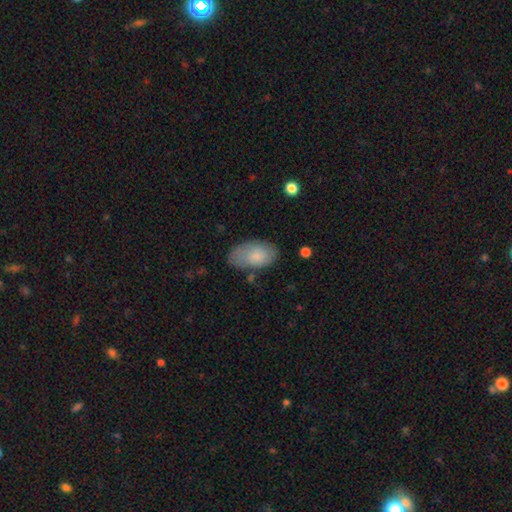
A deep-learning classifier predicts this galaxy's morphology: Smooth or featured: smooth — 79% (featured or disk — 15%)
How rounded: in between — 94% (round — 5%)
Merging: none — 66% (minor disturbance — 24%)